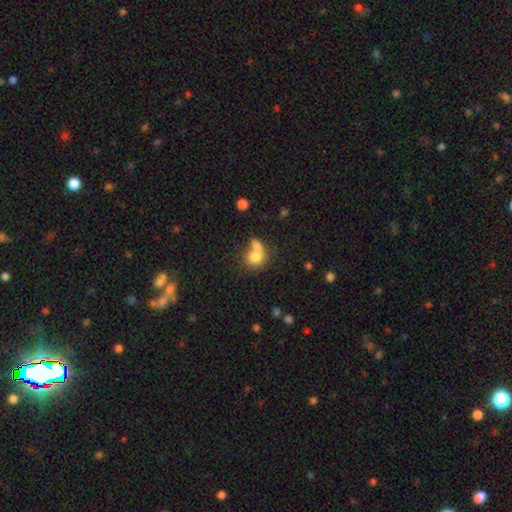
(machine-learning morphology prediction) Smooth or featured? Predicted: smooth (p=0.77). How rounded? Predicted: round (p=0.68). Merging? Predicted: merger (p=0.55).